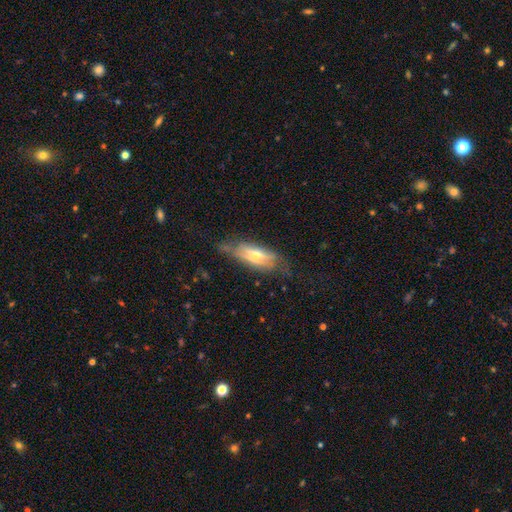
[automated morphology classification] Smooth or featured?
  - featured or disk: 49% *
  - smooth: 43%
  - star or artifact: 8%
Merging?
  - none: 55% *
  - minor disturbance: 30%
  - major disturbance: 14%
  - merger: 2%